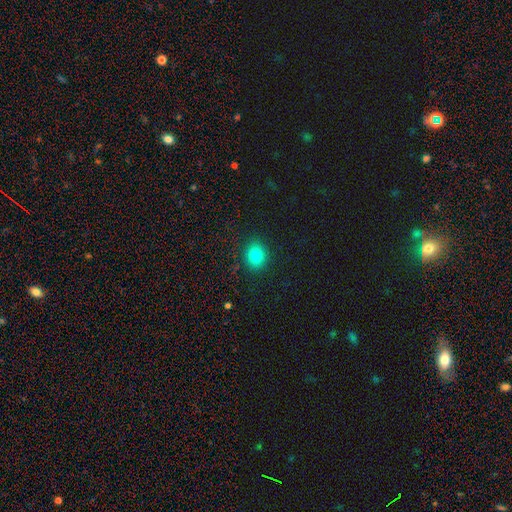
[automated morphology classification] This is clearly a smooth galaxy (82%). How rounded: likely round (66%). Merging: clearly none (89%).